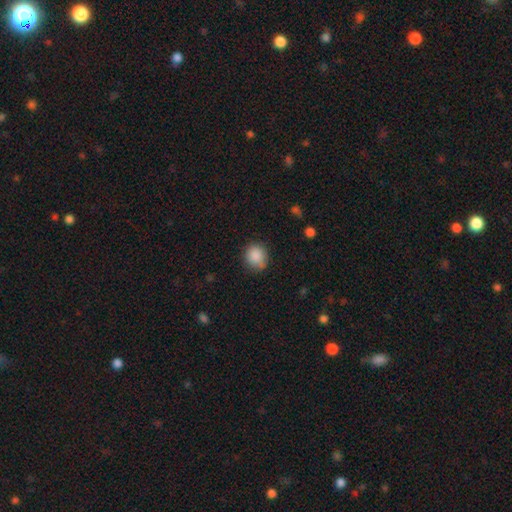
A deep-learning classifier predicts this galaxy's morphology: Smooth or featured: smooth — 87% (star or artifact — 9%)
How rounded: round — 81% (in between — 18%)
Merging: none — 76% (minor disturbance — 18%)